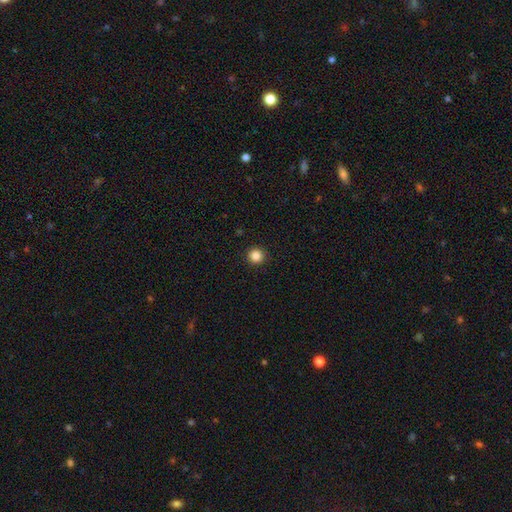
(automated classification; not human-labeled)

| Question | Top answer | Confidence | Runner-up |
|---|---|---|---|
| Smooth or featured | smooth | 85% | star or artifact (11%) |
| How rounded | round | 96% | in between (3%) |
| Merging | none | 93% | minor disturbance (4%) |